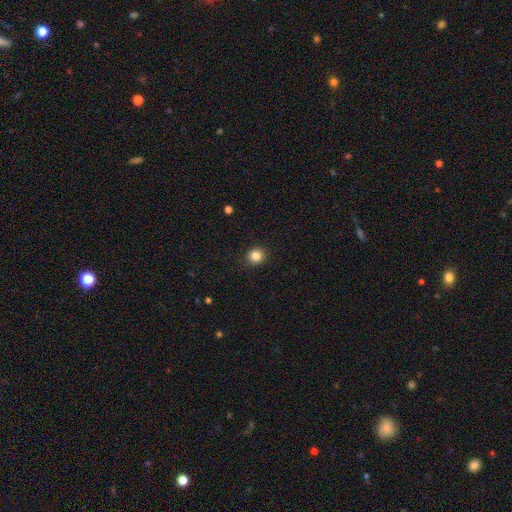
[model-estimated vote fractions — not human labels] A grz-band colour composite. It shows a smooth galaxy with no disk features (85%) that is round (88%). Merging: none (91%).